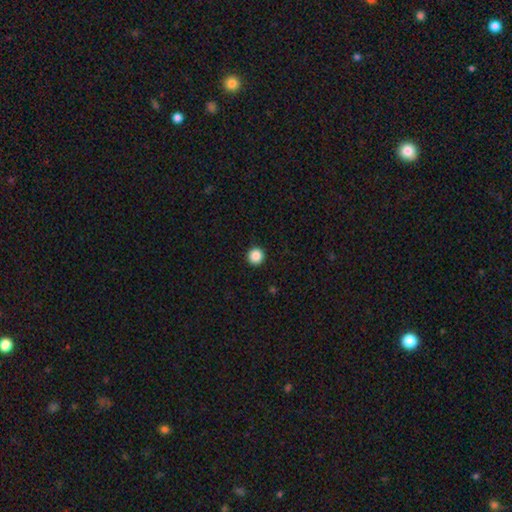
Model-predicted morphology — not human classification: A smooth galaxy with no disk features (88%) that is round (96%). Merging: none (93%).